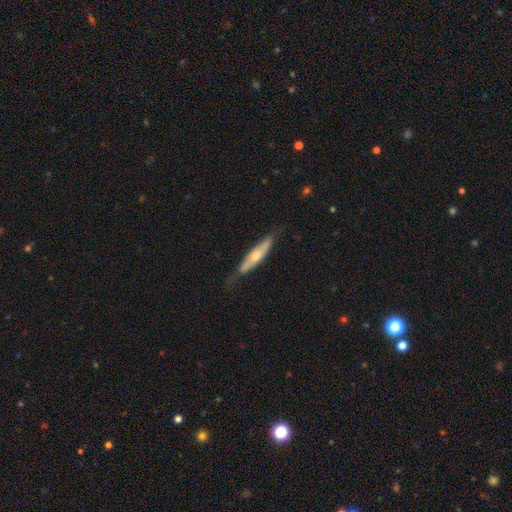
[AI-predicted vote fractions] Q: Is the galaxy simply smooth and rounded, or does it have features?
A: featured or disk — 52%.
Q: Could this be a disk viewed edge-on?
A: yes — 75%.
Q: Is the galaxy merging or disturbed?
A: none — 70%.